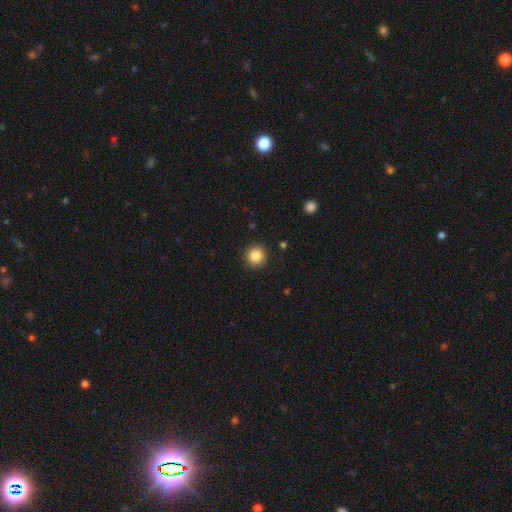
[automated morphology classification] This is clearly a smooth galaxy (85%). How rounded: clearly round (94%). Merging: clearly none (92%).